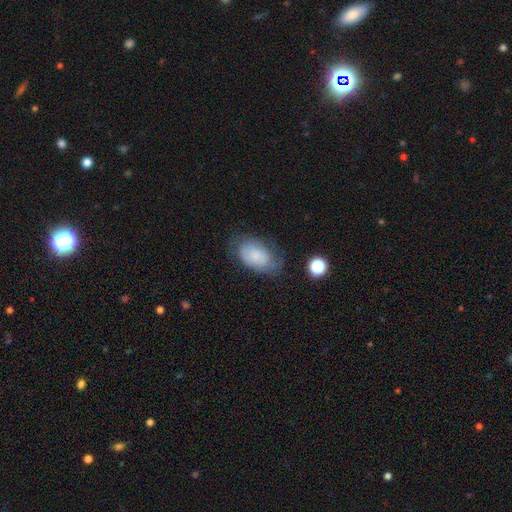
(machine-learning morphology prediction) smooth_or_featured: smooth (p=0.69) [alt: featured or disk p=0.22]
how_rounded: in between (p=0.90) [alt: round p=0.08]
merging: none (p=0.59) [alt: minor disturbance p=0.27]